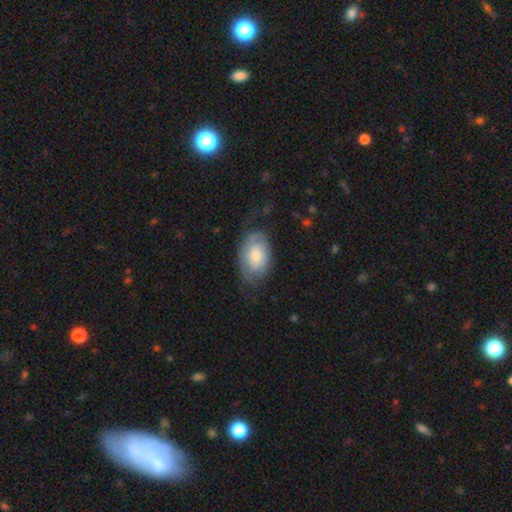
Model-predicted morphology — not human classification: This is possibly a smooth galaxy (52%). How rounded: clearly in between (86%). Merging: possibly none (57%).